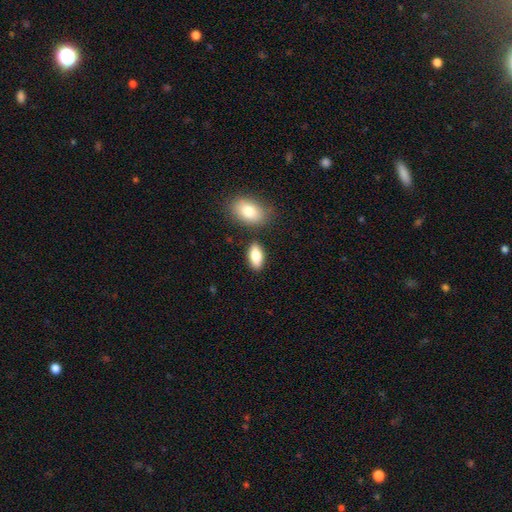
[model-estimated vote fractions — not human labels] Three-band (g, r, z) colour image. It shows a smooth galaxy with no disk features (80%) that is in between round and cigar-shaped (88%). Merging: none (81%).